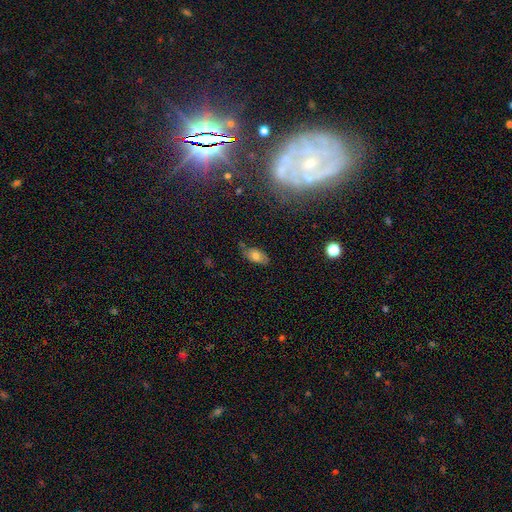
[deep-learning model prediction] This is likely a smooth galaxy (69%). How rounded: clearly in between (91%). Merging: likely none (69%).